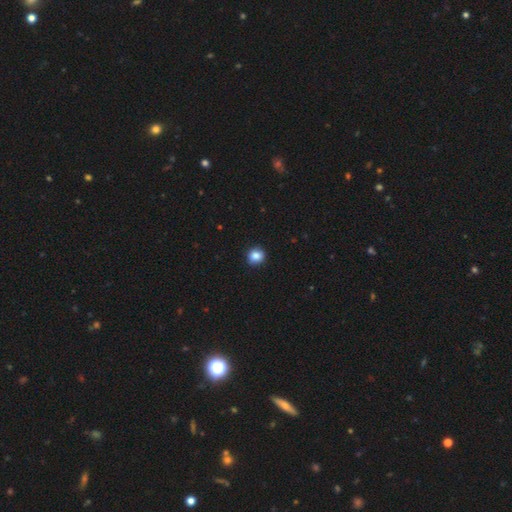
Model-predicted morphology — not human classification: Overall: smooth (85%). How rounded: round (84%). Merging: none (88%).